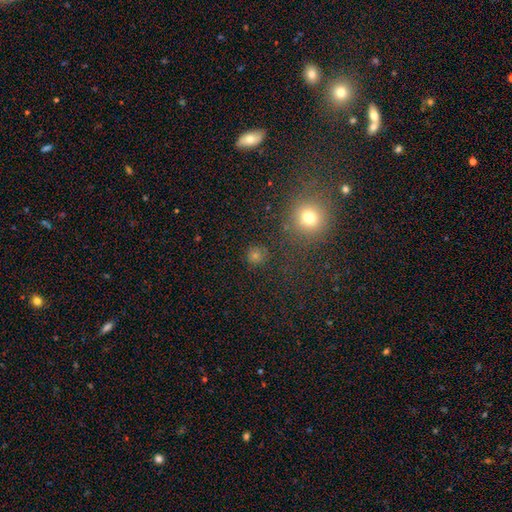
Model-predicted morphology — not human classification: type=smooth (65%); roundness=round (91%); merging=none (85%).